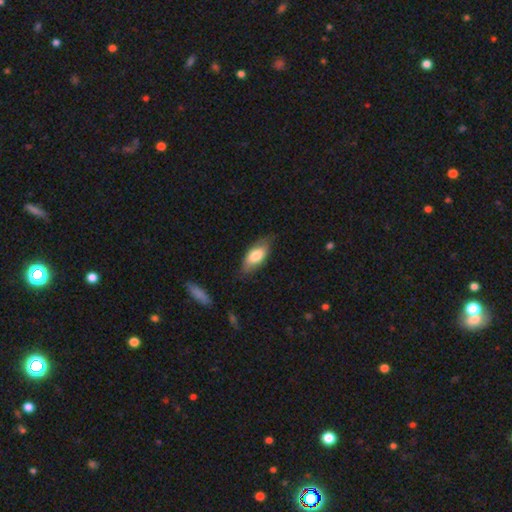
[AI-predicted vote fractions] The model was most divided on "merging": none: 73%, minor disturbance: 21%, major disturbance: 4%, merger: 2%. More confident: how rounded — in between (86%); smooth or featured — smooth (75%).